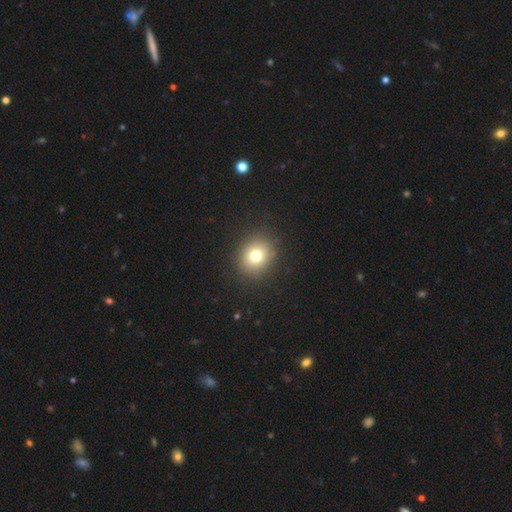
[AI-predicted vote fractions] smooth 75%, star or artifact 14%, featured or disk 11%. Down the decision tree: how rounded — round (74%); merging — none (88%).